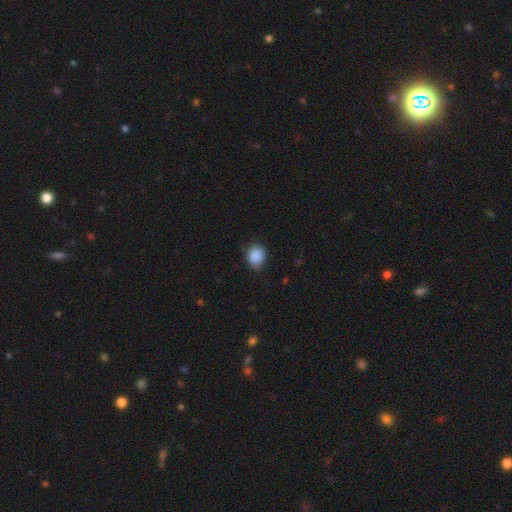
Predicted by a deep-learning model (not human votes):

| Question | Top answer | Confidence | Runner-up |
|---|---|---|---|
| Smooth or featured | smooth | 88% | star or artifact (8%) |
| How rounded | round | 72% | in between (27%) |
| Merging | none | 75% | minor disturbance (20%) |